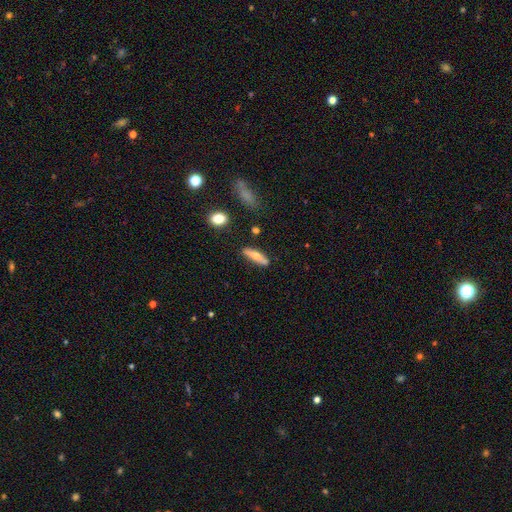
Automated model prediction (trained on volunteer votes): smooth 55%, featured or disk 38%, star or artifact 7%. Down the decision tree: how rounded — cigar-shaped (74%); merging — none (82%).